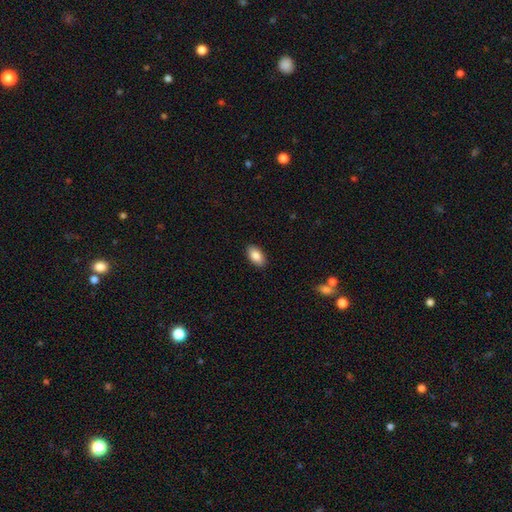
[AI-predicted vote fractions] A smooth galaxy with no disk features (86%) that is in between round and cigar-shaped (94%). Merging: none (90%).